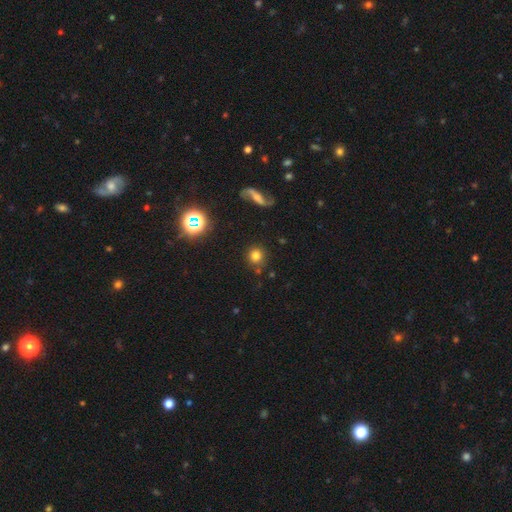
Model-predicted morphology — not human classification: A smooth galaxy with no disk features (72%) that is round (91%).

Vote fractions:
- Smooth or featured? smooth: 72% / star or artifact: 17% / featured or disk: 11%
- How rounded? round: 91% / in between: 8% / cigar-shaped: 1%
- Merging? none: 80% / minor disturbance: 11% / merger: 5% / major disturbance: 4%